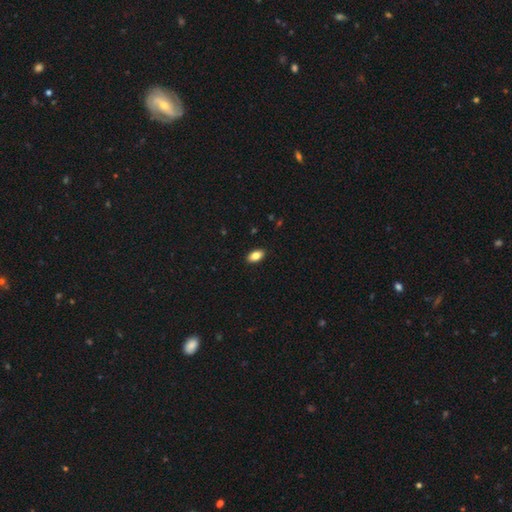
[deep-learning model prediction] Smooth or featured? smooth (83%)
How rounded? in between (92%)
Merging? none (90%)